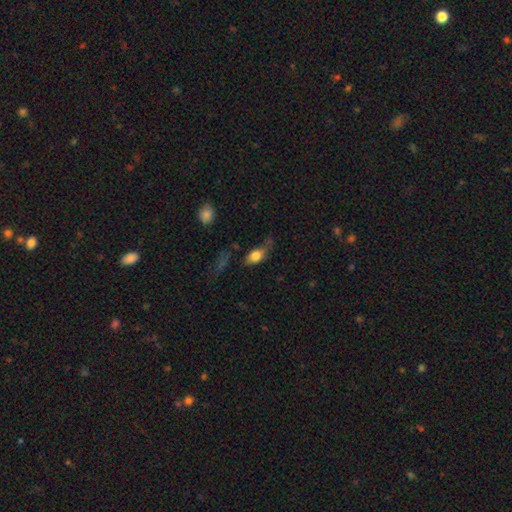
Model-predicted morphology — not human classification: Smooth or featured? smooth (75%)
How rounded? in between (80%)
Merging? none (47%)